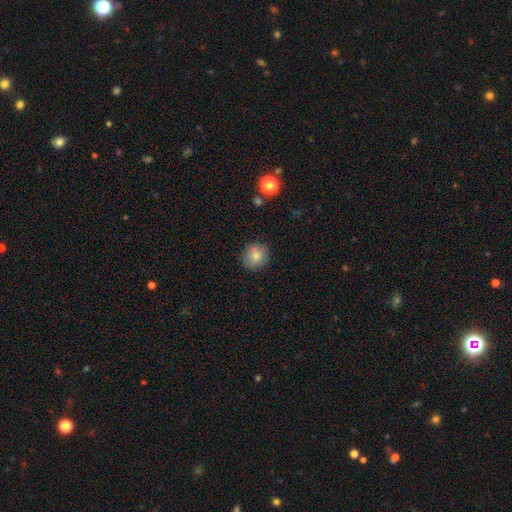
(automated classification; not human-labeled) This is clearly a smooth galaxy (82%). How rounded: clearly round (86%). Merging: clearly none (86%).